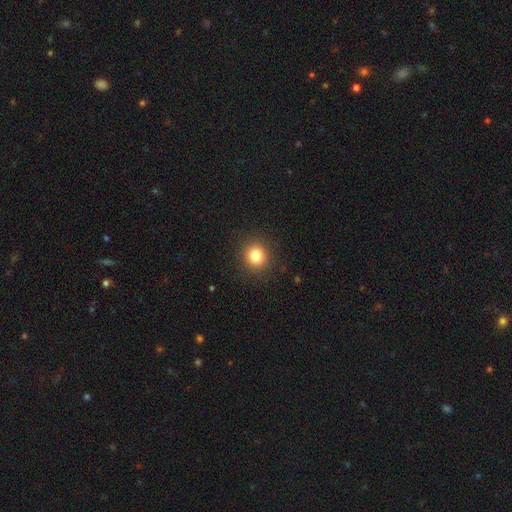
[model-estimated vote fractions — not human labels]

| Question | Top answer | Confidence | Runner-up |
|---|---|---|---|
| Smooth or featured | smooth | 83% | star or artifact (11%) |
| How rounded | round | 89% | in between (10%) |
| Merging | none | 91% | minor disturbance (6%) |